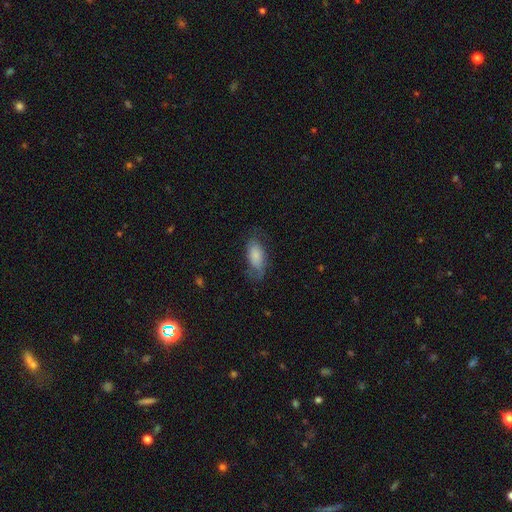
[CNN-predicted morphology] Smooth or featured: smooth — 72% (featured or disk — 21%)
How rounded: in between — 88% (cigar-shaped — 9%)
Merging: none — 57% (minor disturbance — 27%)